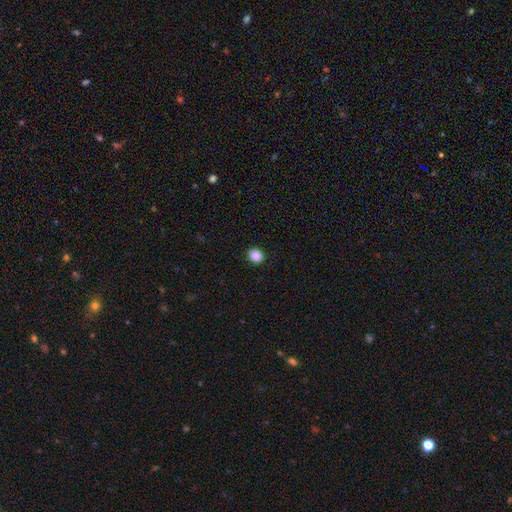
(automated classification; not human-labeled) smooth_or_featured: smooth (p=0.88) [alt: star or artifact p=0.09]
how_rounded: round (p=0.67) [alt: in between p=0.32]
merging: none (p=0.91) [alt: minor disturbance p=0.06]